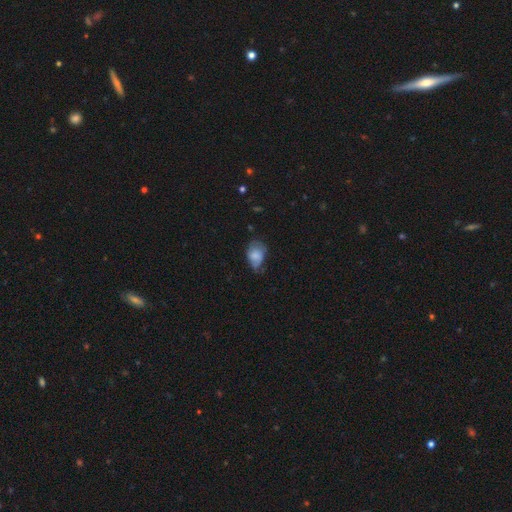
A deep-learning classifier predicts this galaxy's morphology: This is likely a smooth galaxy (70%). How rounded: likely in between (76%). Merging: marginally minor disturbance (41%).